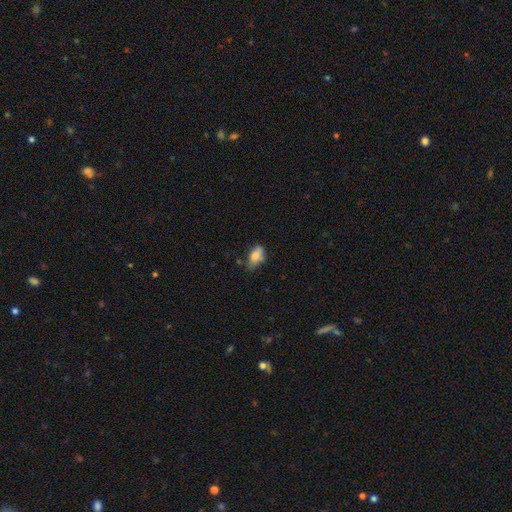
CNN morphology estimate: This appears to be a smooth galaxy with no disk features (79%) that is in between round and cigar-shaped (89%). Merging: none (45%).